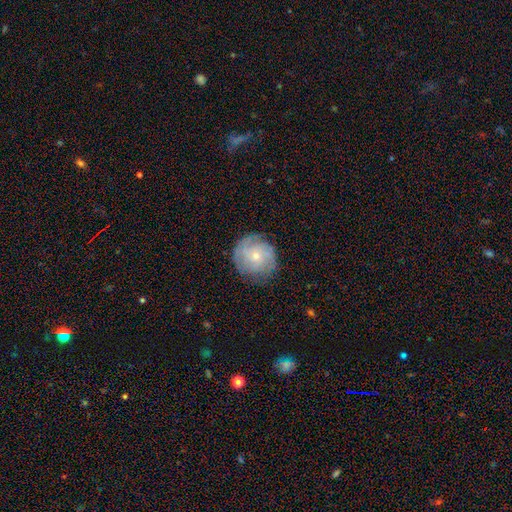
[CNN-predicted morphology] type=featured or disk (61%); edge-on=no (97%); bar=no (77%); spiral arms=yes (86%); winding=tight (55%); arm count=can't tell (39%); bulge=small (72%); merging=none (79%).